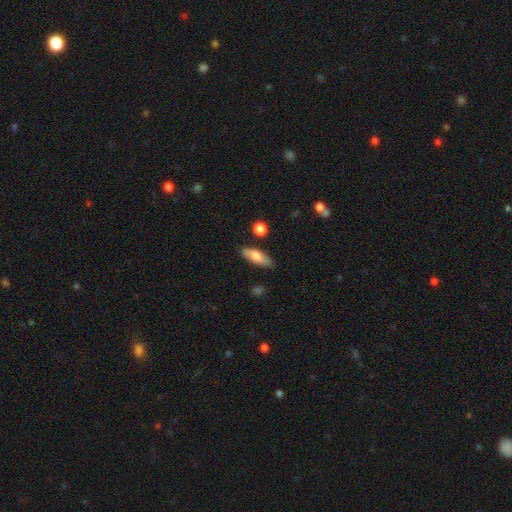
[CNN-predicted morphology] This appears to be a smooth galaxy with no disk features (71%) that is in between round and cigar-shaped (61%). Merging: none (78%).